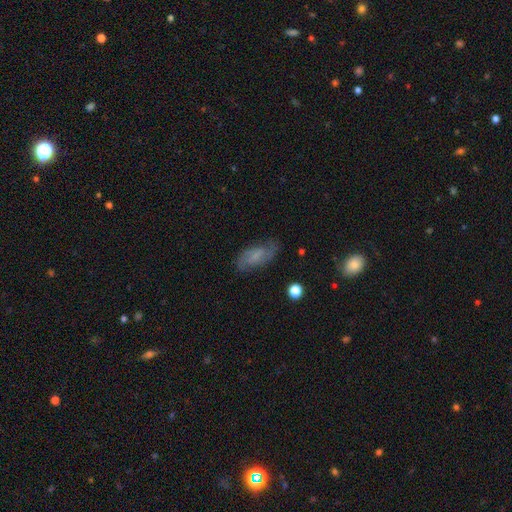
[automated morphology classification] The model was most divided on "smooth or featured": featured or disk: 54%, smooth: 37%, star or artifact: 9%. More confident: edge-on disk — no (92%); merging — none (73%).